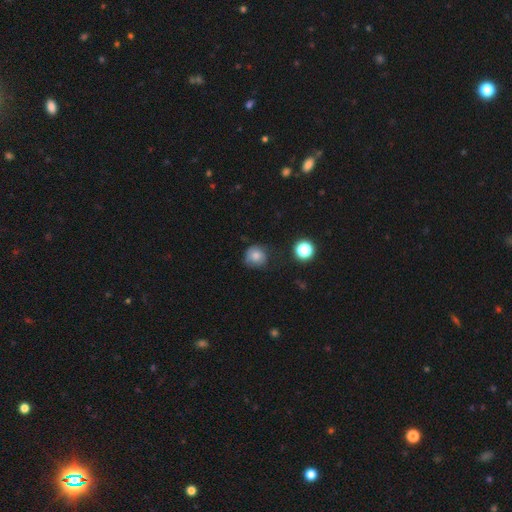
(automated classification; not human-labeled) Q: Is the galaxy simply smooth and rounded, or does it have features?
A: smooth — 76%.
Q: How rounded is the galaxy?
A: round — 88%.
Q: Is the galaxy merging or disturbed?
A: none — 63%.